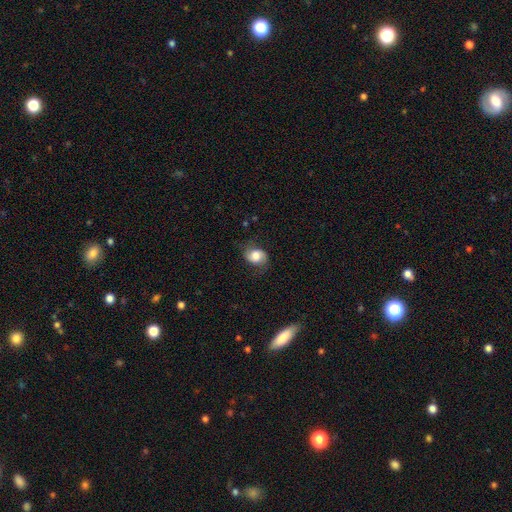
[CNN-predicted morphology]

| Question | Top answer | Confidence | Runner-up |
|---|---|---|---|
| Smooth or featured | smooth | 53% | featured or disk (38%) |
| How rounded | in between | 54% | round (44%) |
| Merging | none | 68% | minor disturbance (22%) |